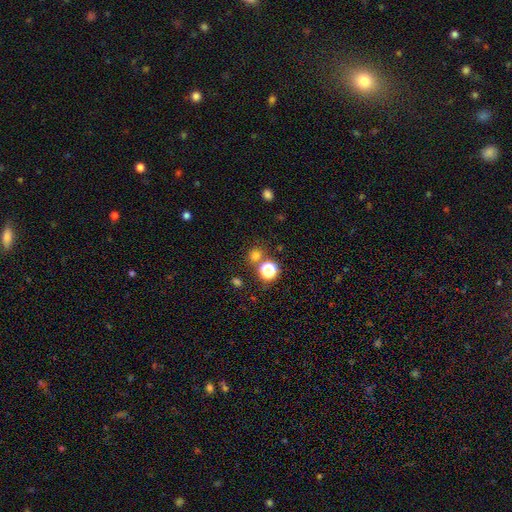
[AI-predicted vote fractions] A smooth galaxy with no disk features (70%) that is round (87%).

Vote fractions:
- Smooth or featured? smooth: 70% / star or artifact: 24% / featured or disk: 6%
- How rounded? round: 87% / in between: 12% / cigar-shaped: 1%
- Merging? none: 74% / merger: 14% / minor disturbance: 8% / major disturbance: 4%